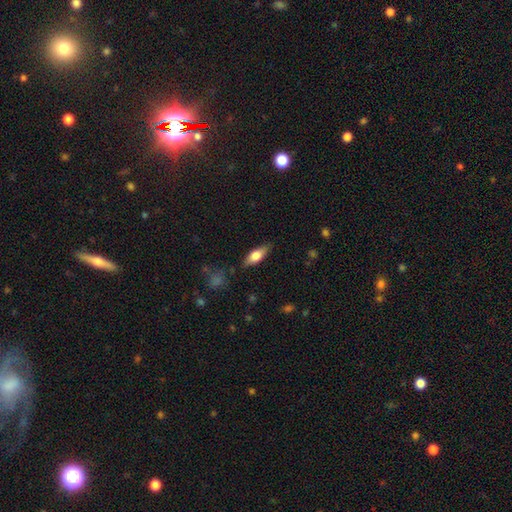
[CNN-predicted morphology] This appears to be a smooth galaxy with no disk features (65%) that is in between round and cigar-shaped (69%). Merging: none (83%).